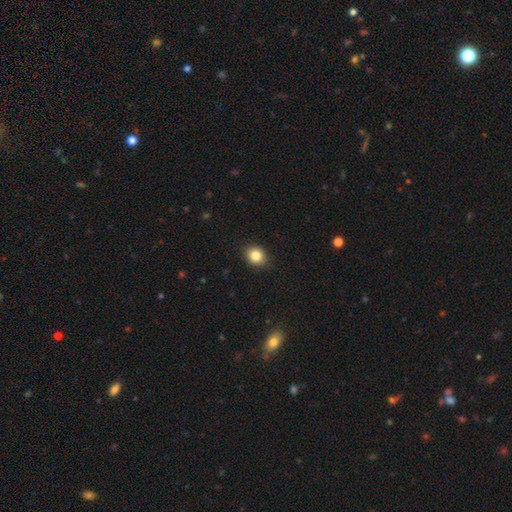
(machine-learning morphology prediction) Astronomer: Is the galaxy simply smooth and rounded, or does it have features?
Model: smooth — 84%.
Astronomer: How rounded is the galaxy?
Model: round — 66%.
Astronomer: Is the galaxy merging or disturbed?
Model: none — 89%.